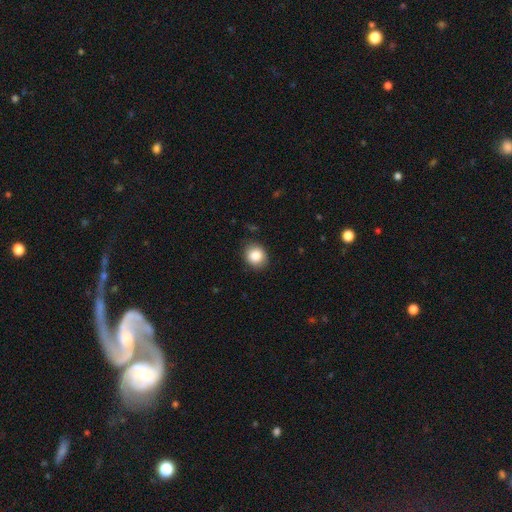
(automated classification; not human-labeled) Smooth or featured? Predicted: smooth (p=0.85). How rounded? Predicted: round (p=0.68). Merging? Predicted: none (p=0.85).